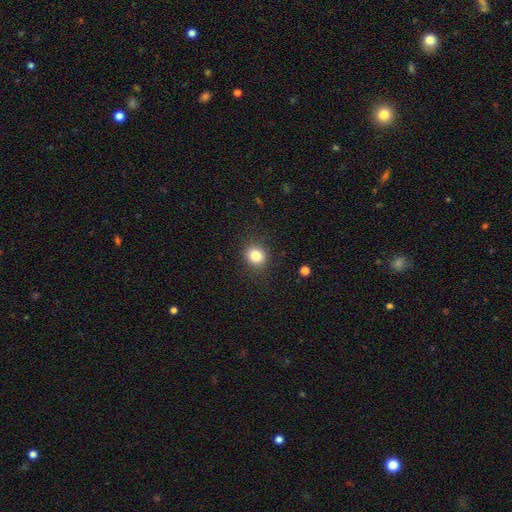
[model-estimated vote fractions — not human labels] Smooth or featured?
  - smooth: 83% *
  - star or artifact: 11%
  - featured or disk: 6%
How rounded?
  - round: 78% *
  - in between: 21%
  - cigar-shaped: 1%
Merging?
  - none: 88% *
  - minor disturbance: 8%
  - major disturbance: 3%
  - merger: 1%